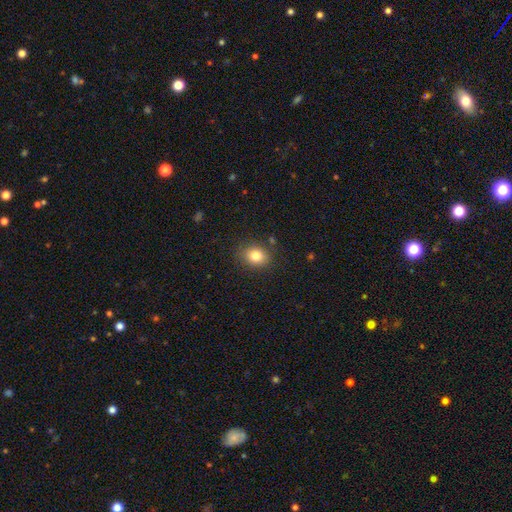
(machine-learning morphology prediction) smooth 81%, star or artifact 11%, featured or disk 8%. Down the decision tree: how rounded — round (50%); merging — none (85%).